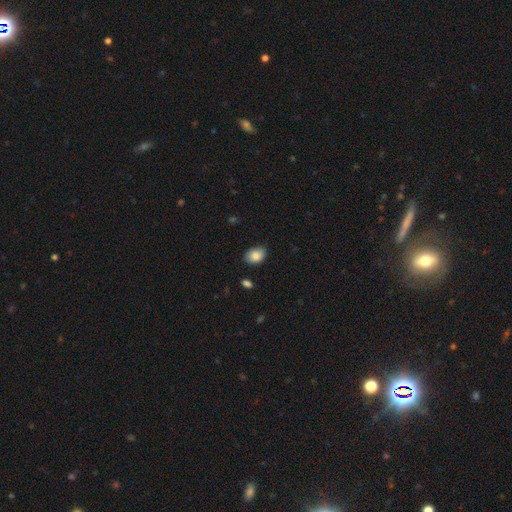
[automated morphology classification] smooth_or_featured: smooth (p=0.86) [alt: star or artifact p=0.07]
how_rounded: in between (p=0.77) [alt: round p=0.22]
merging: none (p=0.81) [alt: minor disturbance p=0.15]